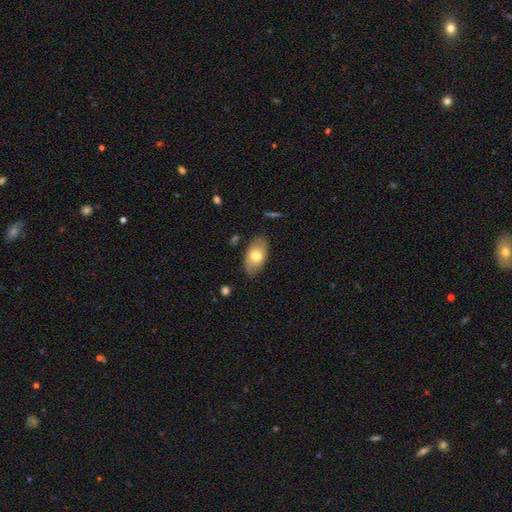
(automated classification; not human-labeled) smooth_or_featured: smooth (p=0.67) [alt: featured or disk p=0.26]
how_rounded: in between (p=0.93) [alt: round p=0.05]
merging: none (p=0.81) [alt: minor disturbance p=0.14]